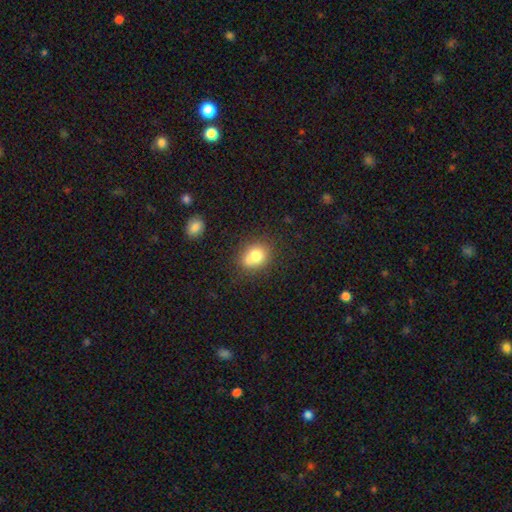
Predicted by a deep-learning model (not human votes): Morphology: type=smooth (76%); roundness=round (64%); merging=none (57%).